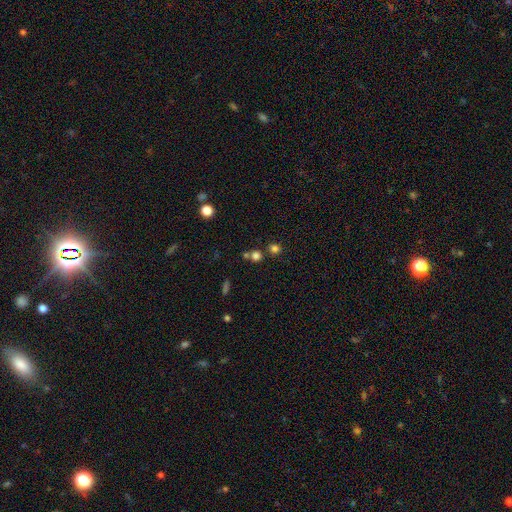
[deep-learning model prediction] smooth 74%, star or artifact 19%, featured or disk 7%. Down the decision tree: how rounded — round (88%); merging — none (67%).